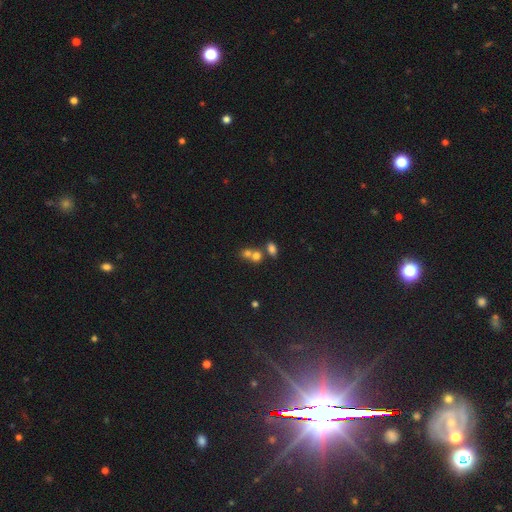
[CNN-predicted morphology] Smooth or featured? Predicted: smooth (p=0.71). How rounded? Predicted: round (p=0.53). Merging? Predicted: merger (p=0.54).